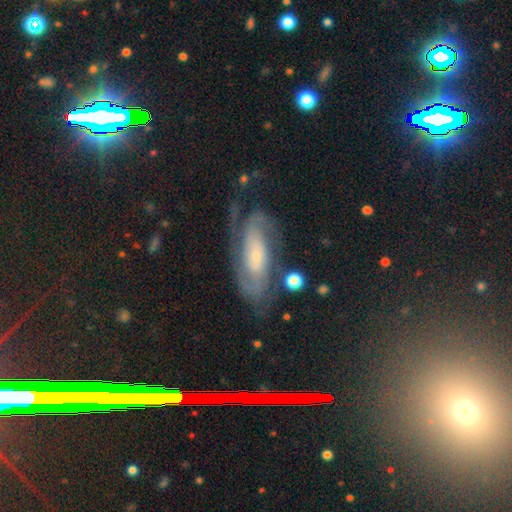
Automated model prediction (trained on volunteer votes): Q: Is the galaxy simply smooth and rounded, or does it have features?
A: featured or disk — 82%.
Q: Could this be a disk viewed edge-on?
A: no — 93%.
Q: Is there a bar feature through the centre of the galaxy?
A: no — 55%.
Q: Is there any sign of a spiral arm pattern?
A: yes — 95%.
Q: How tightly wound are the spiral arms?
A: tight — 45%.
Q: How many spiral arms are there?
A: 2 — 63%.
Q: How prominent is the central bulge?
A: small — 65%.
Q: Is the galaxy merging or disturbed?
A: none — 64%.